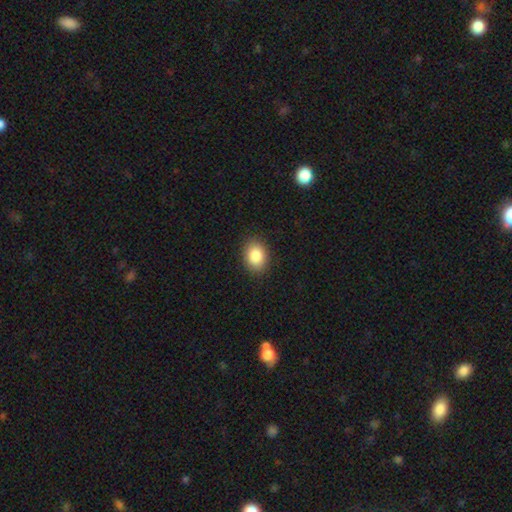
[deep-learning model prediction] smooth_or_featured: smooth (p=0.86) [alt: star or artifact p=0.08]
how_rounded: in between (p=0.68) [alt: round p=0.31]
merging: none (p=0.89) [alt: minor disturbance p=0.08]